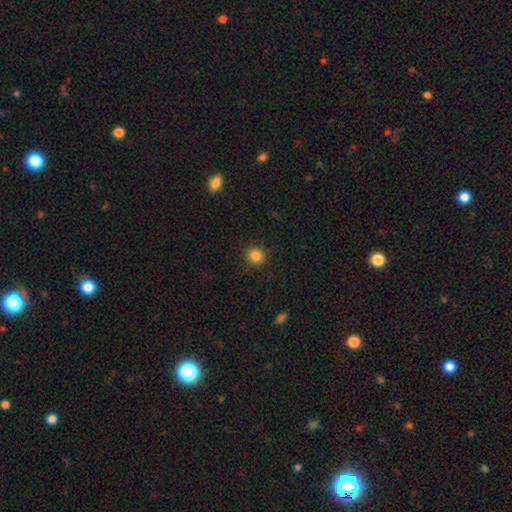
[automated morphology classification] Q: Smooth or featured?
A: smooth (85%); runner-up: star or artifact (11%)
Q: How rounded?
A: round (91%); runner-up: in between (8%)
Q: Merging?
A: none (90%); runner-up: minor disturbance (6%)